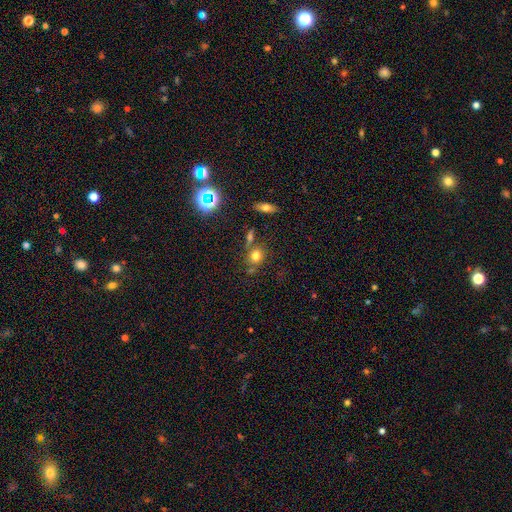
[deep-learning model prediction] Morphology: type=smooth (72%); roundness=round (72%); merging=none (64%).